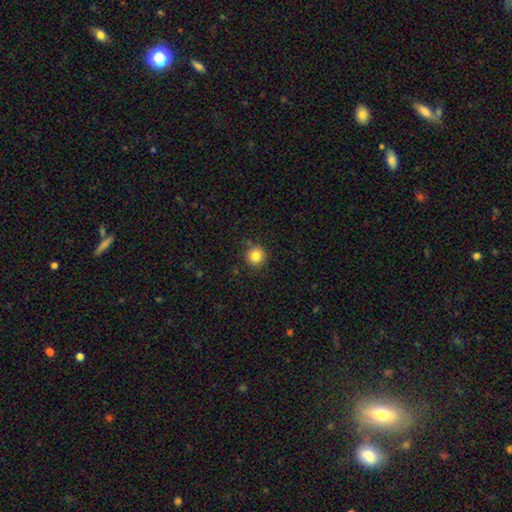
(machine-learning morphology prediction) Smooth or featured? Predicted: smooth (p=0.84). How rounded? Predicted: round (p=0.94). Merging? Predicted: none (p=0.85).